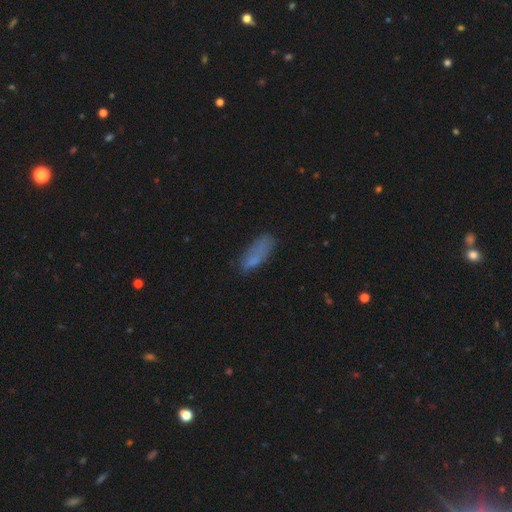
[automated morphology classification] smooth 73%, featured or disk 15%, star or artifact 12%. Down the decision tree: how rounded — in between (61%); merging — none (56%).